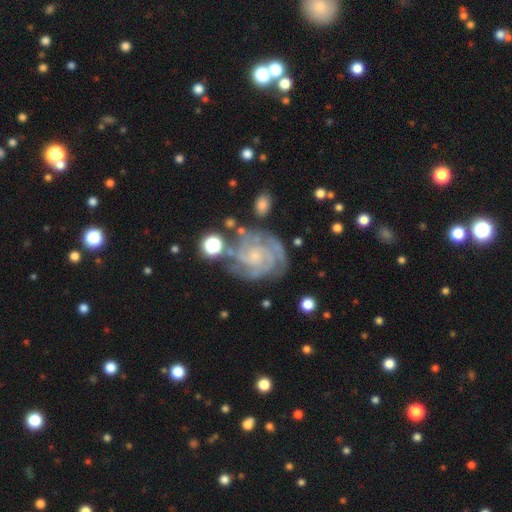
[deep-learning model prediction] Smooth or featured? featured or disk (89%)
Edge-on disk? no (98%)
Bar? no (70%)
Spiral arms? yes (98%)
Spiral winding? tight (73%)
Spiral arm count? 3 (34%)
Bulge size? small (72%)
Merging? none (69%)